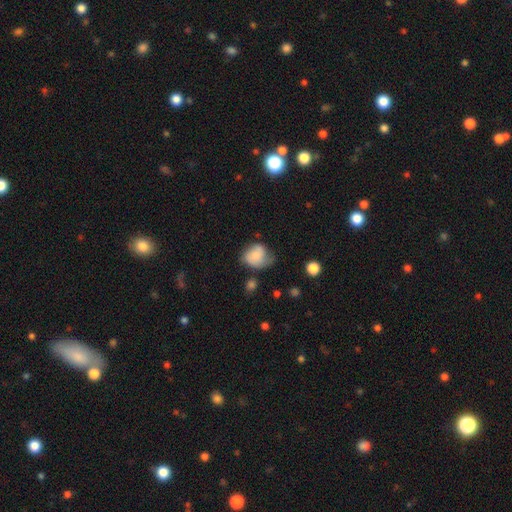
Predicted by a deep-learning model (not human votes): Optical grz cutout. It shows a smooth galaxy with no disk features (57%) that is round (56%). Merging: none (40%).